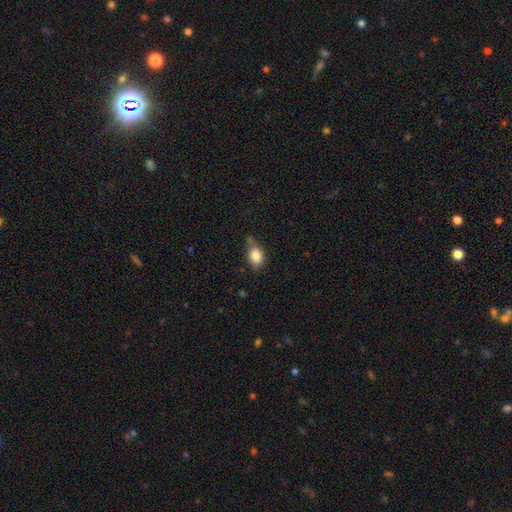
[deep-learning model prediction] smooth_or_featured: smooth (p=0.83) [alt: featured or disk p=0.08]
how_rounded: in between (p=0.73) [alt: round p=0.24]
merging: none (p=0.48) [alt: minor disturbance p=0.35]